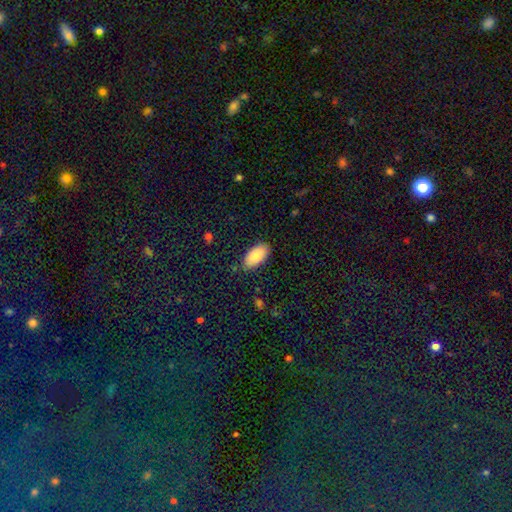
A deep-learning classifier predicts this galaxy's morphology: smooth-or-featured: smooth: 84% | featured or disk: 10% | star or artifact: 6%
  how-rounded: in between: 94% | cigar-shaped: 4% | round: 2%
  merging: none: 86% | minor disturbance: 11% | major disturbance: 2% | merger: 1%